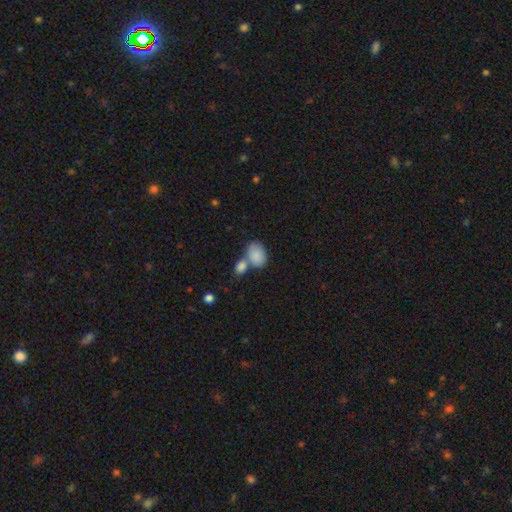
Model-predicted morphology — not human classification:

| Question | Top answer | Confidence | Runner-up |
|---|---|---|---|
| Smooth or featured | smooth | 86% | featured or disk (8%) |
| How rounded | in between | 86% | round (13%) |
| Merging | merger | 46% | none (38%) |